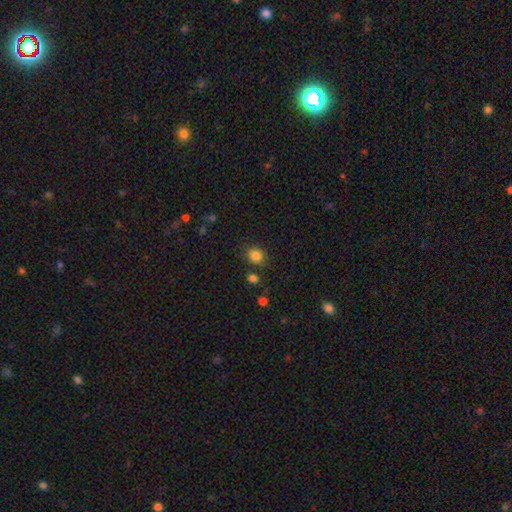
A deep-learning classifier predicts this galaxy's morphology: Smooth or featured?
  - smooth: 84% *
  - star or artifact: 12%
  - featured or disk: 5%
How rounded?
  - round: 71% *
  - in between: 28%
  - cigar-shaped: 1%
Merging?
  - none: 82% *
  - minor disturbance: 10%
  - merger: 5%
  - major disturbance: 3%